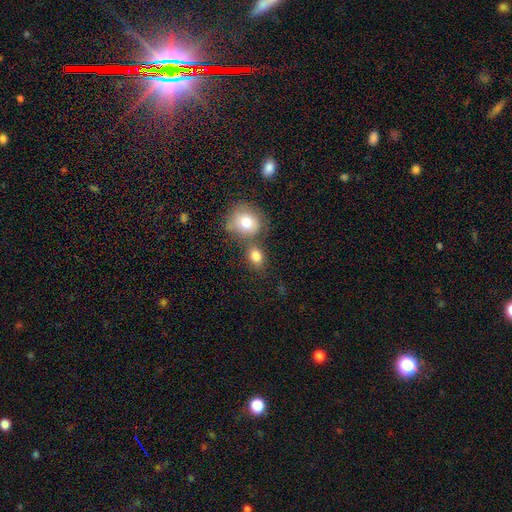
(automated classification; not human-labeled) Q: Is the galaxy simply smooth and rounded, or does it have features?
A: smooth — 80%.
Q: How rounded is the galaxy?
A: in between — 55%.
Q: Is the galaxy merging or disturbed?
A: none — 55%.